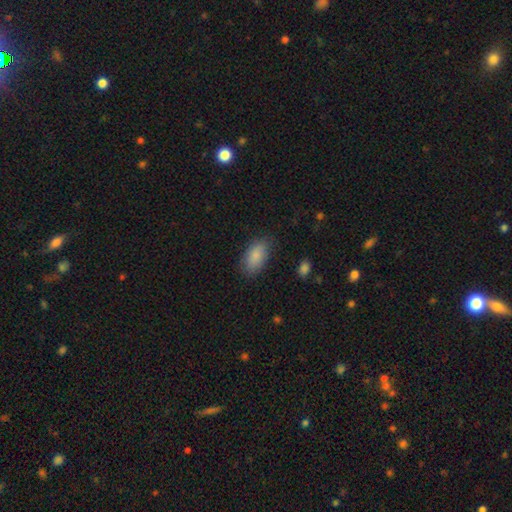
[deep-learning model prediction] Q: Smooth or featured?
A: smooth (86%); runner-up: featured or disk (7%)
Q: How rounded?
A: in between (93%); runner-up: round (4%)
Q: Merging?
A: none (81%); runner-up: minor disturbance (14%)